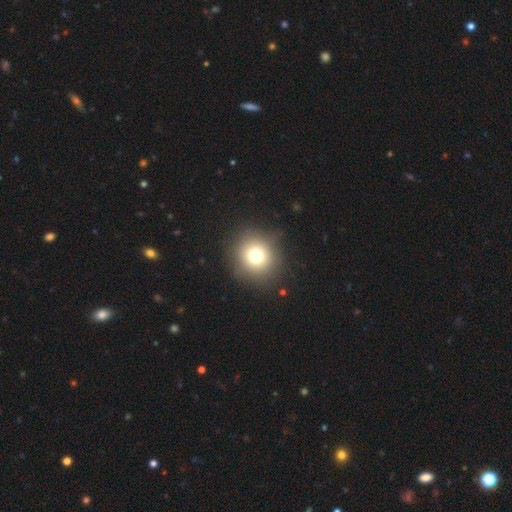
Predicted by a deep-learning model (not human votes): Smooth or featured?
  - smooth: 74% *
  - star or artifact: 14%
  - featured or disk: 12%
How rounded?
  - round: 90% *
  - in between: 9%
  - cigar-shaped: 1%
Merging?
  - none: 85% *
  - minor disturbance: 9%
  - major disturbance: 4%
  - merger: 1%